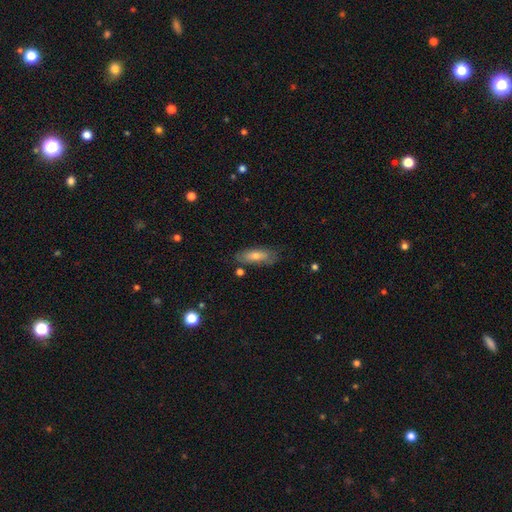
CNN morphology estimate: Smooth or featured? Predicted: smooth (p=0.58). How rounded? Predicted: in between (p=0.61). Merging? Predicted: none (p=0.73).